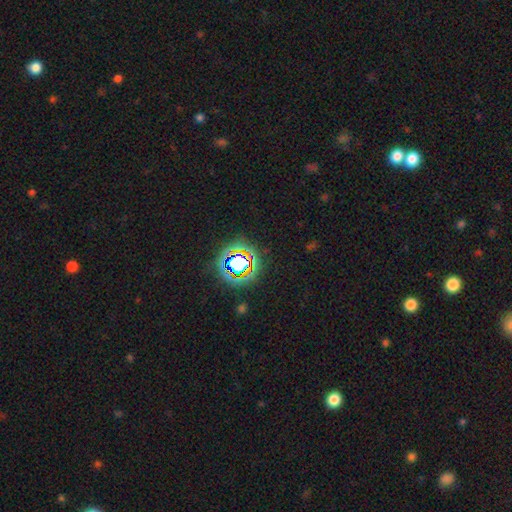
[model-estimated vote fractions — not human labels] A star or artifact, not a galaxy (75%).